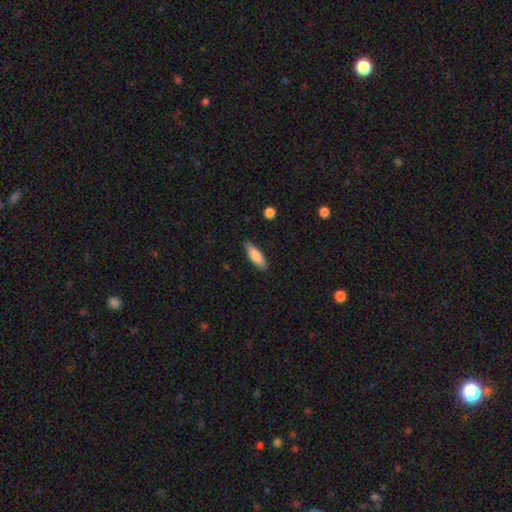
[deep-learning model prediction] The model was most divided on "how rounded": in between: 54%, cigar-shaped: 44%, round: 2%. More confident: merging — none (85%); smooth or featured — smooth (82%).